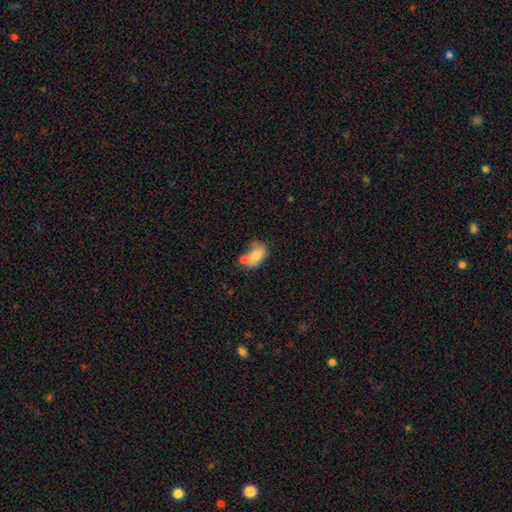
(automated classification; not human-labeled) This is likely a smooth galaxy (76%). How rounded: clearly in between (86%). Merging: marginally none (39%).